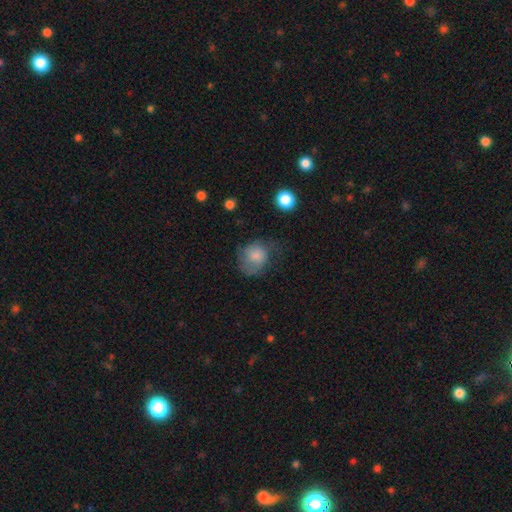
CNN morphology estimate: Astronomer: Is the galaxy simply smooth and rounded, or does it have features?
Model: smooth — 69%.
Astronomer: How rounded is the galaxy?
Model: round — 66%.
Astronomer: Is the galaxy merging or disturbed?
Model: none — 38% (runner-up: minor disturbance, 30%).